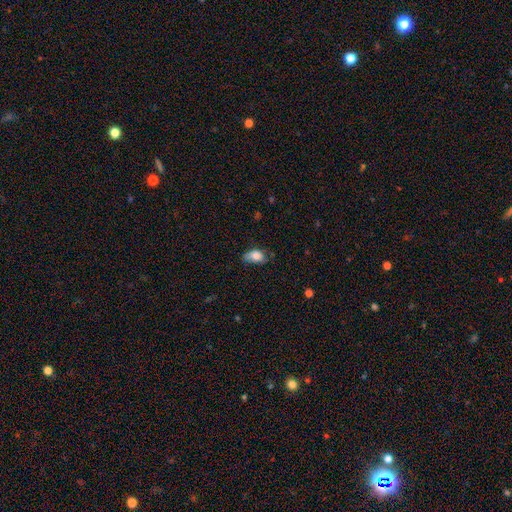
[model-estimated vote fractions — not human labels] Smooth or featured: smooth — 79% (featured or disk — 13%)
How rounded: in between — 85% (round — 13%)
Merging: none — 43% (minor disturbance — 38%)